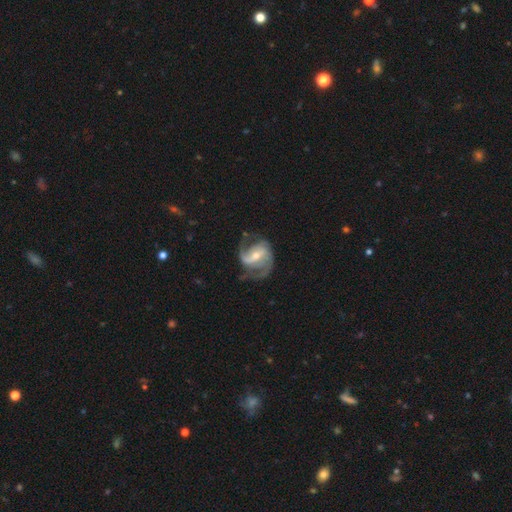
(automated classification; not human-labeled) smooth_or_featured: featured or disk (p=0.90) [alt: smooth p=0.06]
disk_edge_on: no (p=0.98) [alt: yes p=0.02]
bar: strong (p=0.42) [alt: weak p=0.41]
has_spiral_arms: yes (p=0.97) [alt: no p=0.03]
spiral_winding: medium (p=0.53) [alt: tight p=0.25]
spiral_arm_count: 2 (p=0.74) [alt: 3 p=0.13]
bulge_size: moderate (p=0.49) [alt: small p=0.46]
merging: none (p=0.67) [alt: minor disturbance p=0.19]